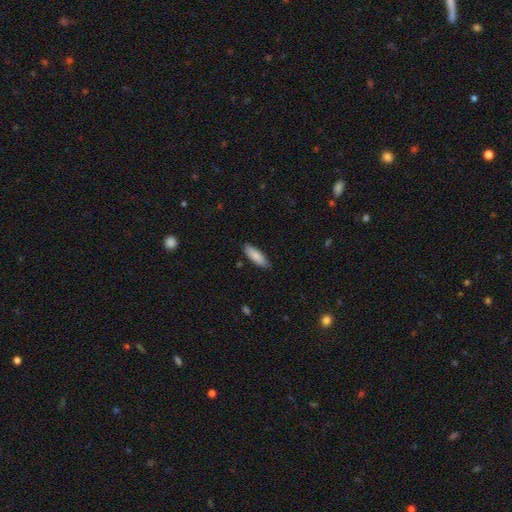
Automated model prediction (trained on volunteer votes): A smooth galaxy with no disk features (86%) that is in between round and cigar-shaped (53%).

Vote fractions:
- Smooth or featured? smooth: 86% / featured or disk: 9% / star or artifact: 6%
- How rounded? in between: 53% / cigar-shaped: 45% / round: 1%
- Merging? none: 83% / minor disturbance: 14% / major disturbance: 2% / merger: 1%